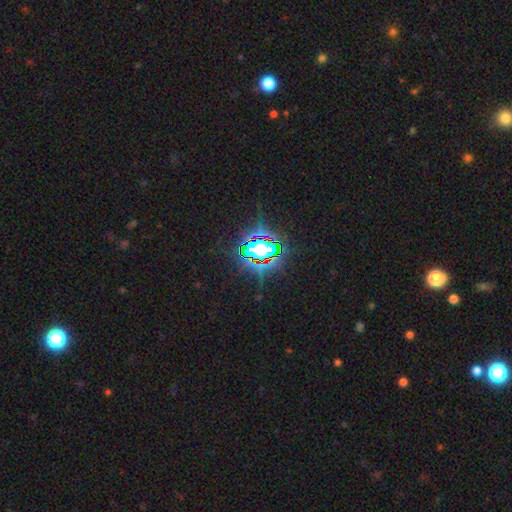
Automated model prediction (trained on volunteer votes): A star or artifact, not a galaxy (75%).